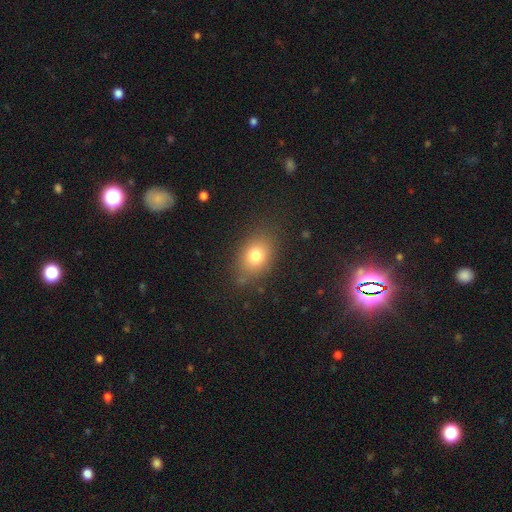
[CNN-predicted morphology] smooth 77%, star or artifact 12%, featured or disk 11%. Down the decision tree: how rounded — in between (69%); merging — none (80%).